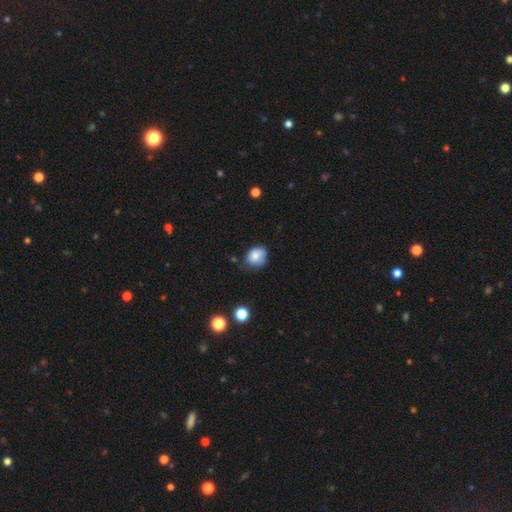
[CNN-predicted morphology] type=smooth (83%); roundness=round (56%); merging=none (54%).